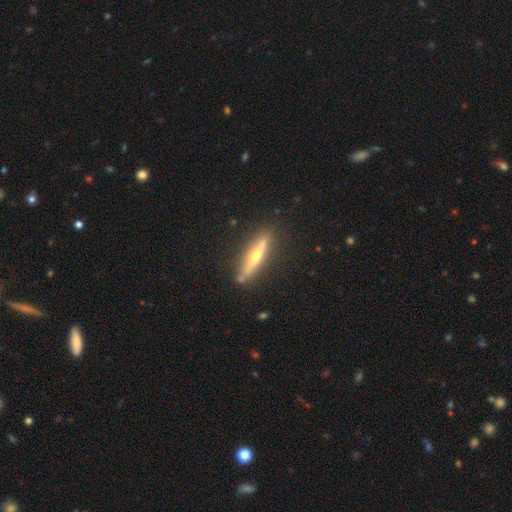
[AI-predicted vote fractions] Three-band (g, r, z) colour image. It shows a featured or disk galaxy (64%) viewed edge-on (94%) with a rounded central bulge (86%). Merging: none (86%).